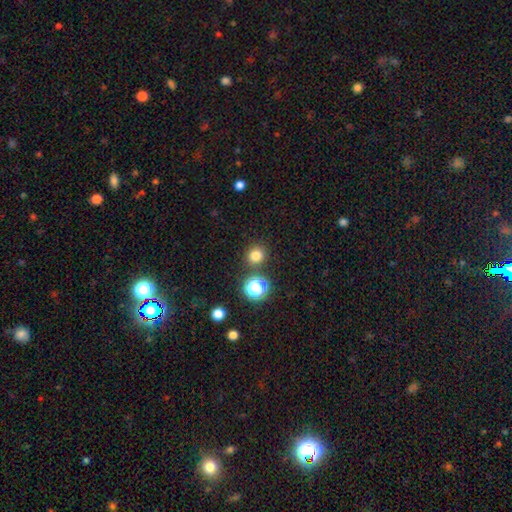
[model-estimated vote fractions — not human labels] Smooth or featured?
  - smooth: 76% *
  - star or artifact: 18%
  - featured or disk: 5%
How rounded?
  - round: 89% *
  - in between: 10%
  - cigar-shaped: 1%
Merging?
  - none: 85% *
  - minor disturbance: 7%
  - merger: 5%
  - major disturbance: 3%